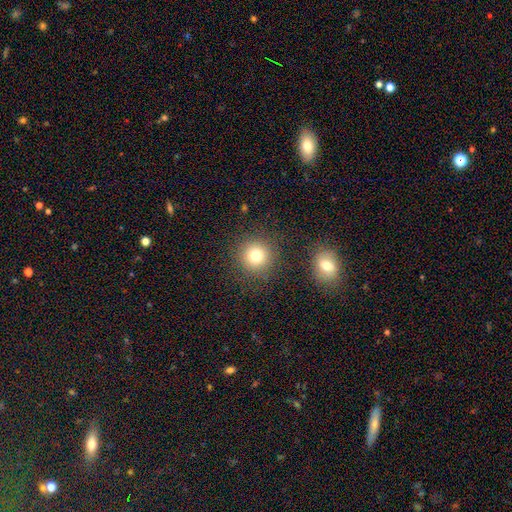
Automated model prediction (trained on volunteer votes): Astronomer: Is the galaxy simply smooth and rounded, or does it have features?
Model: smooth — 77%.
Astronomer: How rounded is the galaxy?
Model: round — 94%.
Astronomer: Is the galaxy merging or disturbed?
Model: none — 86%.